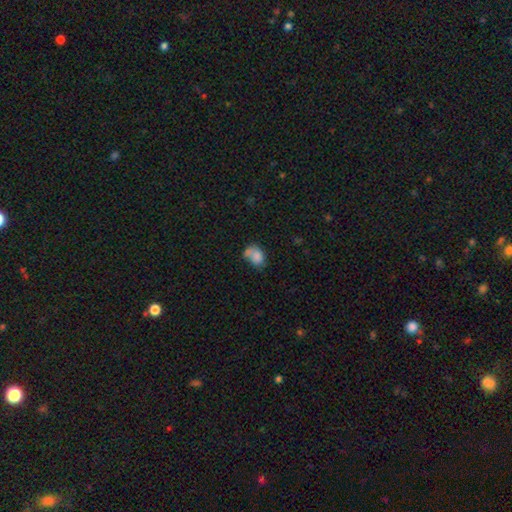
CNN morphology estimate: The model was most divided on "merging" (2-way tie): none: 32%, merger: 32%, minor disturbance: 22%, major disturbance: 13%. More confident: smooth or featured — smooth (78%); how rounded — in between (69%).